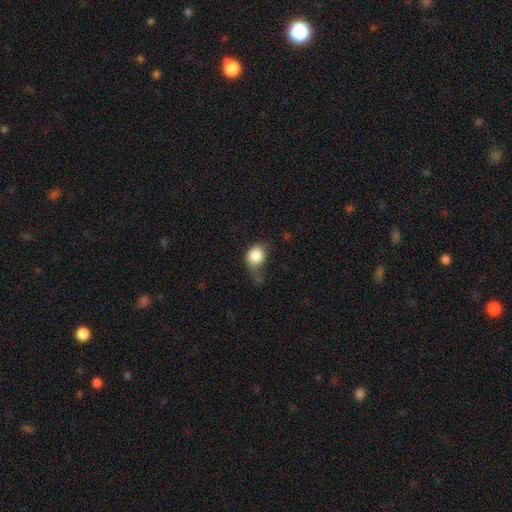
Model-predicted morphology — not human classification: Smooth or featured? Predicted: smooth (p=0.84). How rounded? Predicted: round (p=0.62). Merging? Predicted: minor disturbance (p=0.37).